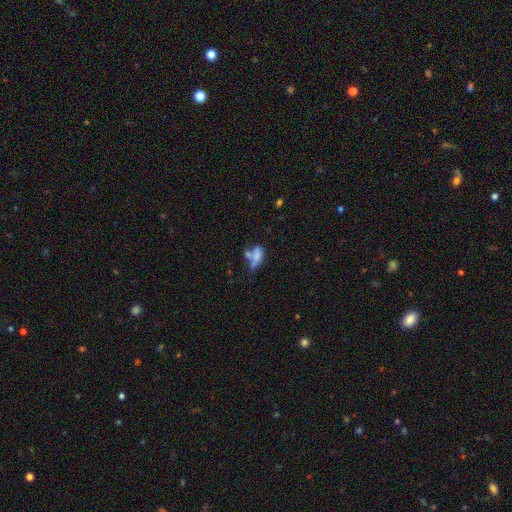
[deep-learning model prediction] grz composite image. It shows a smooth galaxy with no disk features (62%) that is in between round and cigar-shaped (71%). Merging: merger (45%).